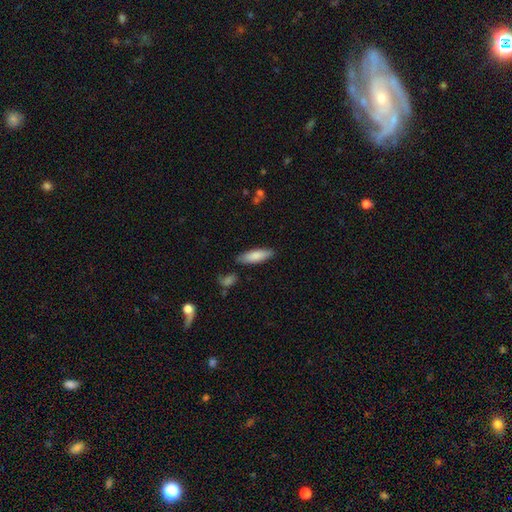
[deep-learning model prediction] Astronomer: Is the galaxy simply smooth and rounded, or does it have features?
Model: smooth — 82%.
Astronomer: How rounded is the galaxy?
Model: in between — 50% (runner-up: cigar-shaped, 49%).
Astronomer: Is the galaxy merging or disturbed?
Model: none — 82%.